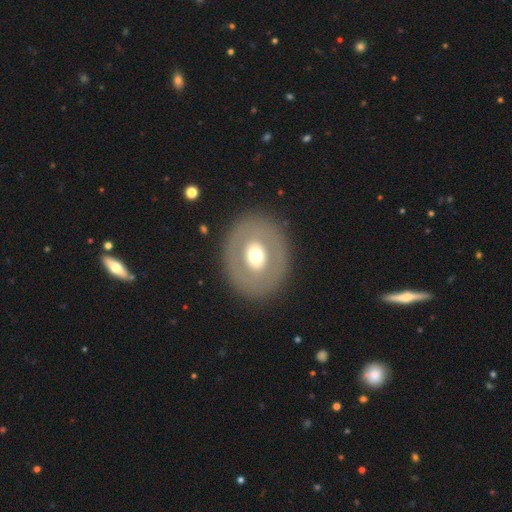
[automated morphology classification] A smooth galaxy with no disk features (50%). Merging: none (86%).